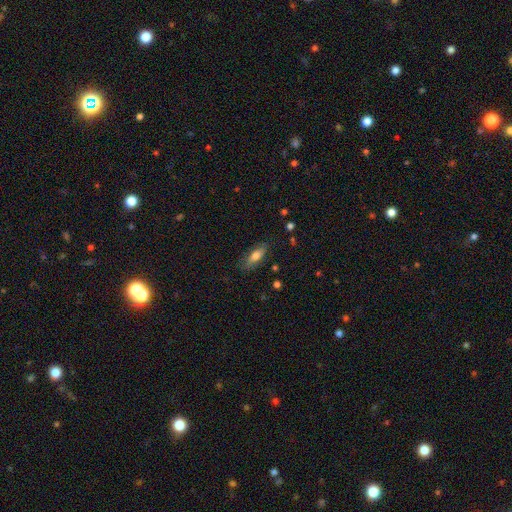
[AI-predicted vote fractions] This appears to be a smooth galaxy with no disk features (69%) that is in between round and cigar-shaped (69%). Merging: none (80%).